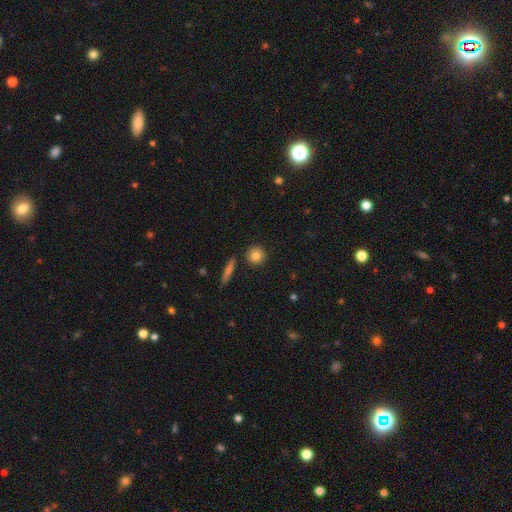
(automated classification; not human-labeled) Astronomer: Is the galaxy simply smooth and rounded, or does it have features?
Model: smooth — 82%.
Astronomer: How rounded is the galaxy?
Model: round — 89%.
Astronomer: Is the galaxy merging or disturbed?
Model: none — 87%.